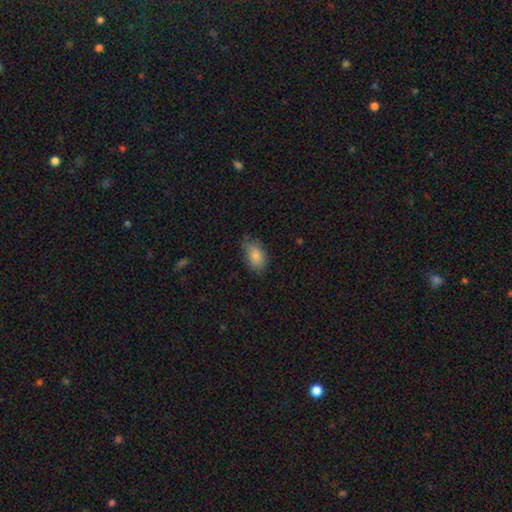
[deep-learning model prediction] Smooth or featured? smooth (83%)
How rounded? in between (89%)
Merging? none (68%)